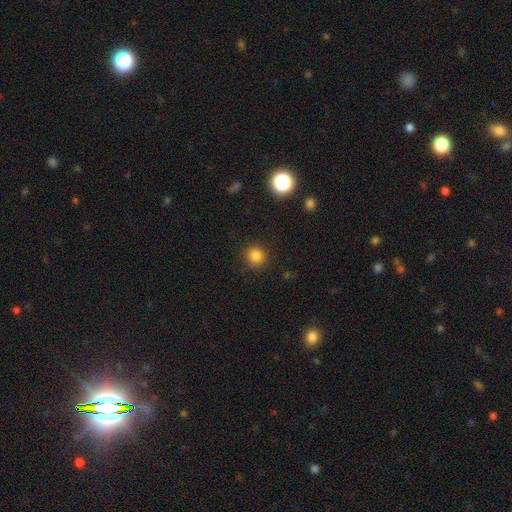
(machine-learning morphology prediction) Smooth or featured? smooth (83%)
How rounded? round (92%)
Merging? none (89%)